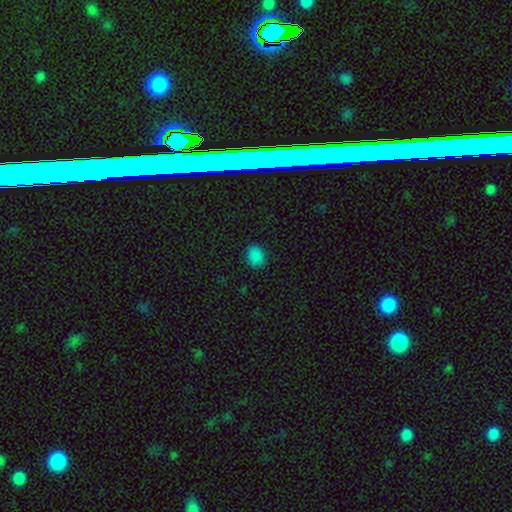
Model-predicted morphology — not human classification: Smooth or featured? Predicted: smooth (p=0.85). How rounded? Predicted: in between (p=0.53). Merging? Predicted: none (p=0.88).